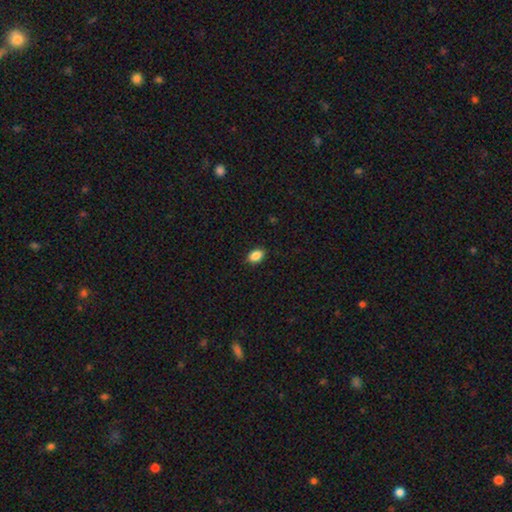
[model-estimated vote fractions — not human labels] smooth_or_featured: smooth (p=0.88) [alt: star or artifact p=0.08]
how_rounded: in between (p=0.85) [alt: round p=0.14]
merging: none (p=0.88) [alt: minor disturbance p=0.09]